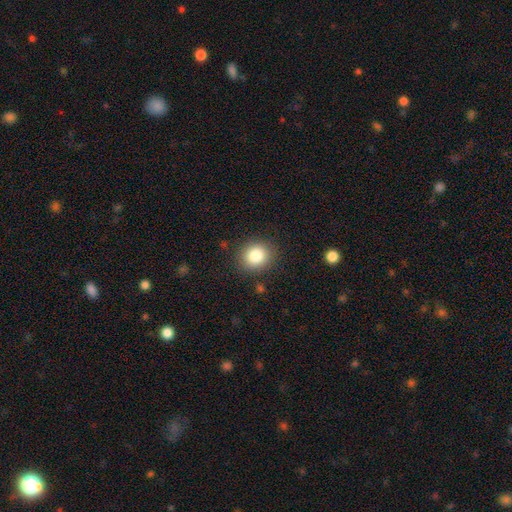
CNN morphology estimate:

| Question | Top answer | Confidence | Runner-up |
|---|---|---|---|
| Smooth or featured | smooth | 84% | star or artifact (10%) |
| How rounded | round | 78% | in between (21%) |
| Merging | none | 87% | minor disturbance (8%) |